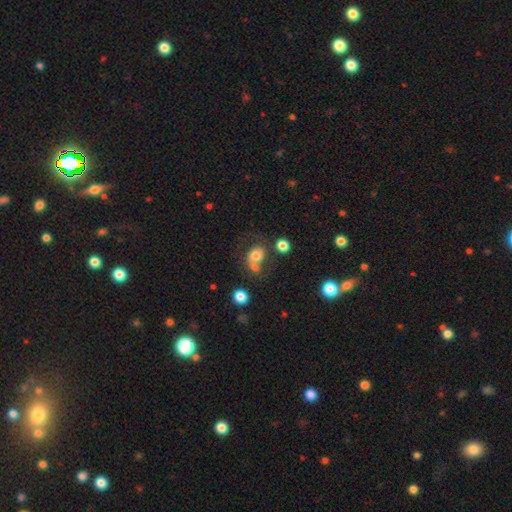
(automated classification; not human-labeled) Smooth or featured: smooth — 66% (featured or disk — 22%)
How rounded: round — 54% (in between — 45%)
Merging: merger — 40% (none — 31%)